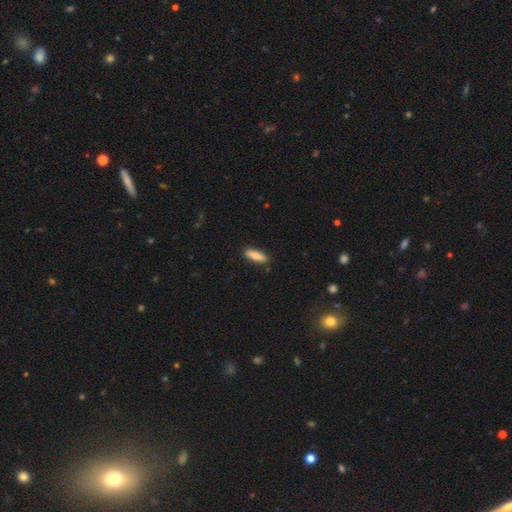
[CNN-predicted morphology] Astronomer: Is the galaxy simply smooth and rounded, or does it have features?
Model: smooth — 84%.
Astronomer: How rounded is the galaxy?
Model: cigar-shaped — 51% (runner-up: in between, 47%).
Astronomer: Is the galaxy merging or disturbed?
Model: none — 87%.